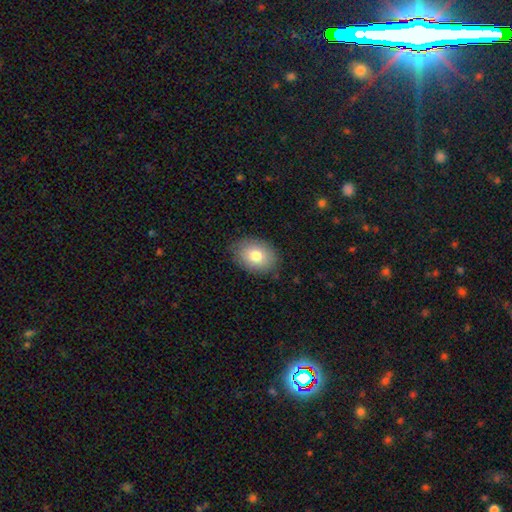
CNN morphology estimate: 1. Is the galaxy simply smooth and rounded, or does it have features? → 80% smooth, 12% featured or disk, 8% star or artifact.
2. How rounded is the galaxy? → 74% in between, 25% round, 1% cigar-shaped.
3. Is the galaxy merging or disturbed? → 83% none, 13% minor disturbance, 3% major disturbance, 1% merger.